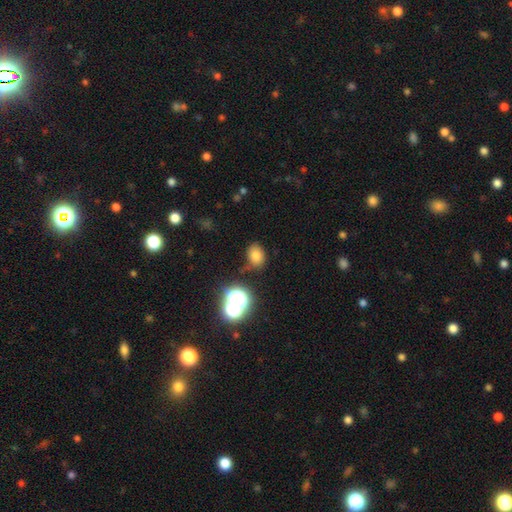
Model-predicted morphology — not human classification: type=smooth (72%); roundness=in between (59%); merging=none (71%).